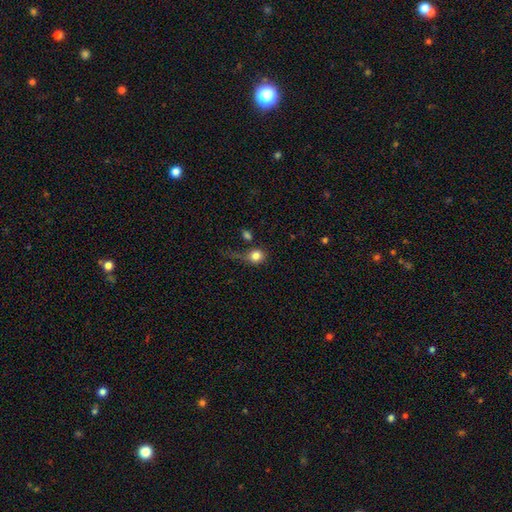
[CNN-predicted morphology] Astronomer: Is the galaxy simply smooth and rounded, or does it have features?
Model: smooth — 81%.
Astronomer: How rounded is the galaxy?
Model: round — 78%.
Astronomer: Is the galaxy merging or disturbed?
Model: none — 45% (runner-up: major disturbance, 23%).